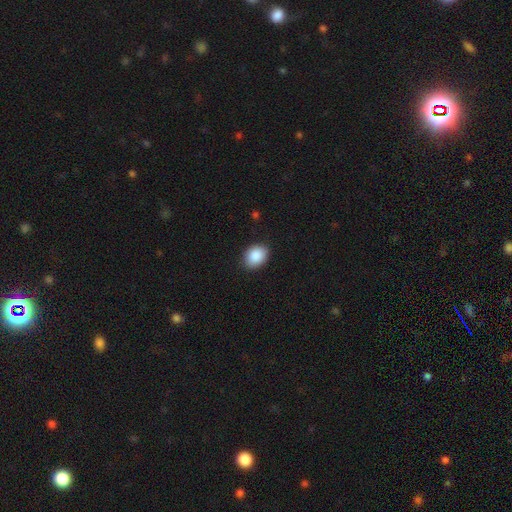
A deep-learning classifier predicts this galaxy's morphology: A smooth galaxy with no disk features (89%) that is in between round and cigar-shaped (68%). Merging: none (87%).